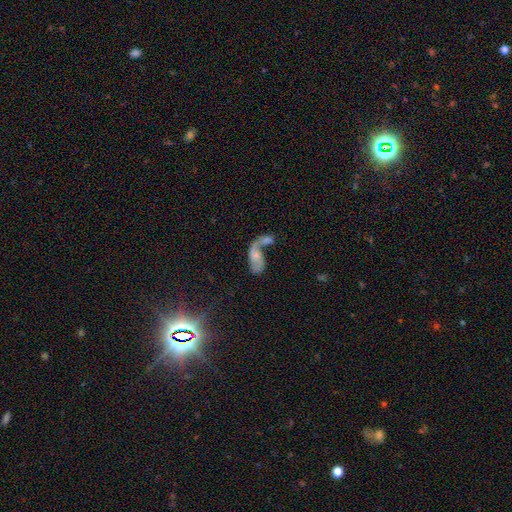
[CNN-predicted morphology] Overall: featured or disk (58%; smooth 33%). Edge-on disk: no (95%). Bar: no (70%). Spiral arms: yes (71%). Bulge size: small (41%; moderate 28%). Merging: merger (60%).